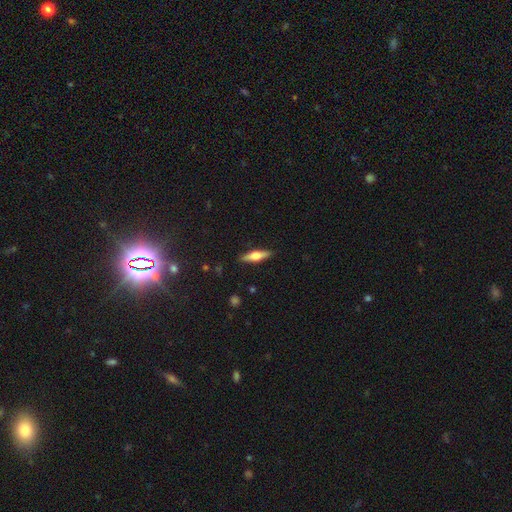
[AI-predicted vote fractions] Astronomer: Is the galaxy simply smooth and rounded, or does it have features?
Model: featured or disk — 48% (runner-up: smooth, 46%).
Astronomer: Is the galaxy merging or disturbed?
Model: none — 89%.